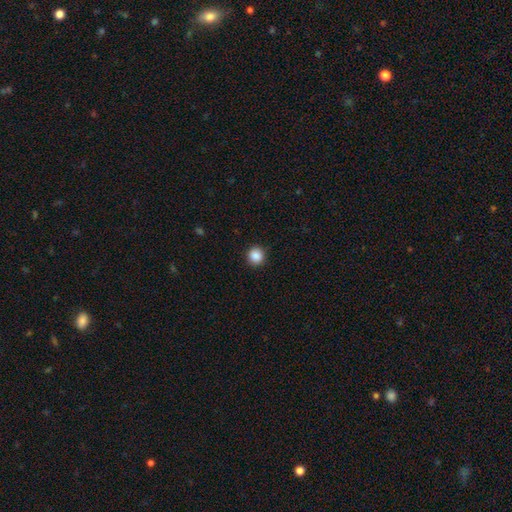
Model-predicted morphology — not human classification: A smooth galaxy with no disk features (87%) that is round (93%).

Vote fractions:
- Smooth or featured? smooth: 87% / star or artifact: 9% / featured or disk: 3%
- How rounded? round: 93% / in between: 6% / cigar-shaped: 1%
- Merging? none: 92% / minor disturbance: 5% / major disturbance: 2% / merger: 1%